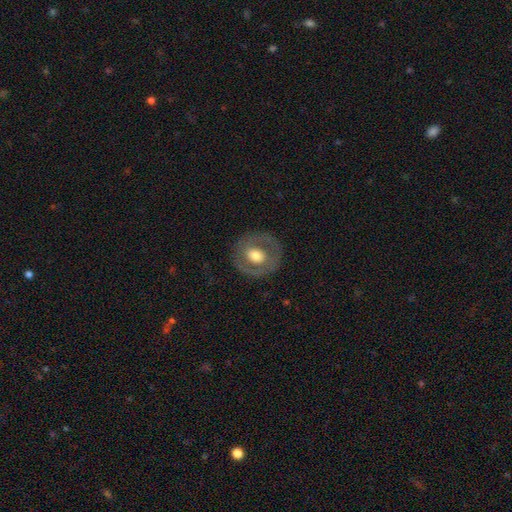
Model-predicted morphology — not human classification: A featured or disk galaxy (50%). Merging: none (81%).